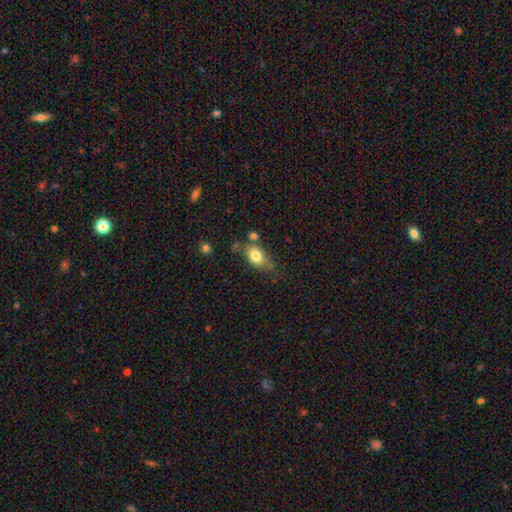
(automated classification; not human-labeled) Morphology: type=smooth (80%); roundness=in between (77%); merging=none (56%).